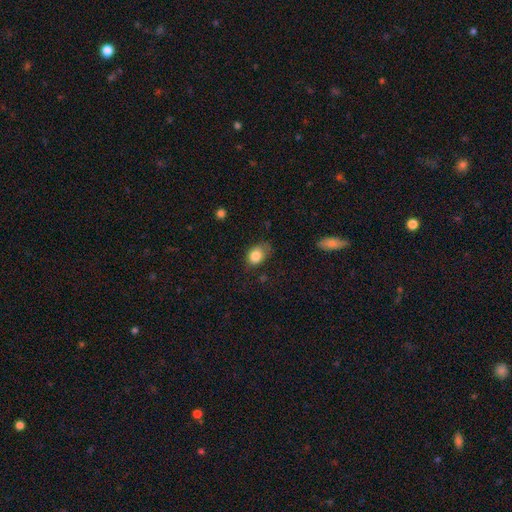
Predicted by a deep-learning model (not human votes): smooth 83%, star or artifact 9%, featured or disk 8%. Down the decision tree: how rounded — in between (67%); merging — none (52%).